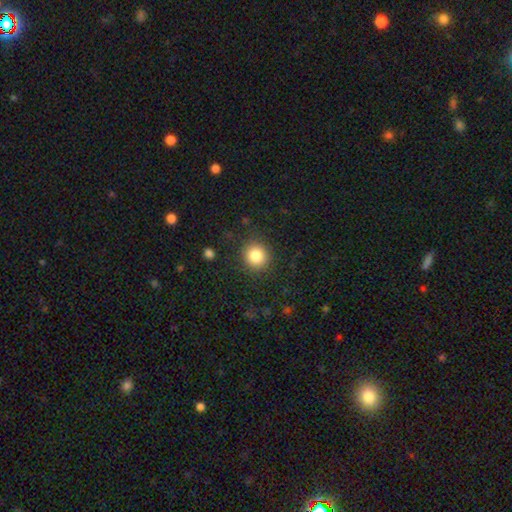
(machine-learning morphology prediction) type=smooth (83%); roundness=round (90%); merging=none (89%).